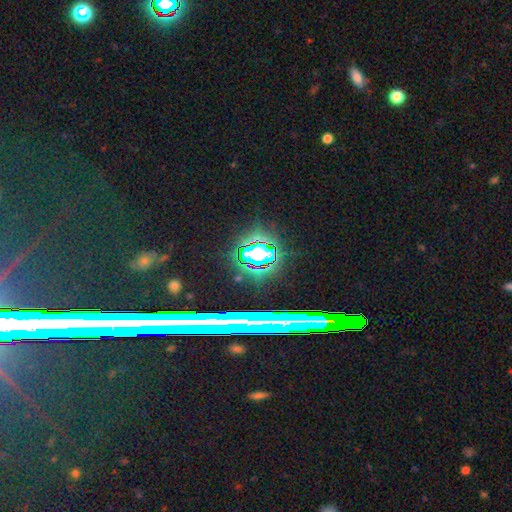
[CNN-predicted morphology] Overall: star or artifact (75%).